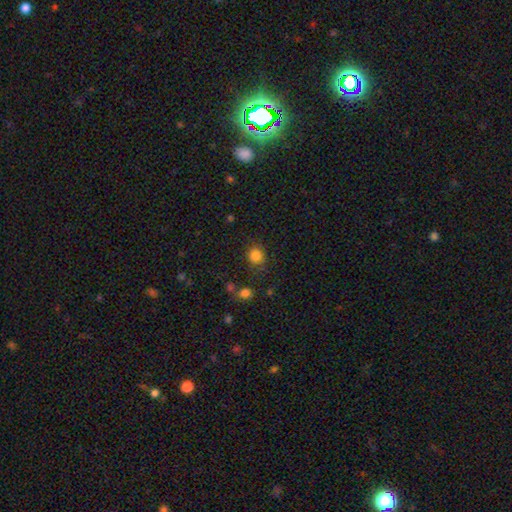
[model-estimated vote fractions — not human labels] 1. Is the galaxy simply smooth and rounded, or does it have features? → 83% smooth, 12% star or artifact, 5% featured or disk.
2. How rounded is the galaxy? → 85% round, 14% in between, 1% cigar-shaped.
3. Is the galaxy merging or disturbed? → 81% none, 12% minor disturbance, 4% major disturbance, 3% merger.